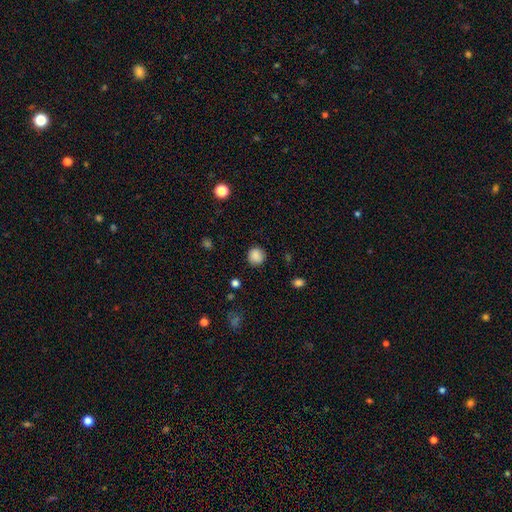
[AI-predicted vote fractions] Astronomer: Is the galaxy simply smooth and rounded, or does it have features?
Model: smooth — 87%.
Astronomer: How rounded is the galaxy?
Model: round — 89%.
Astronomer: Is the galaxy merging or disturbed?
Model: none — 87%.